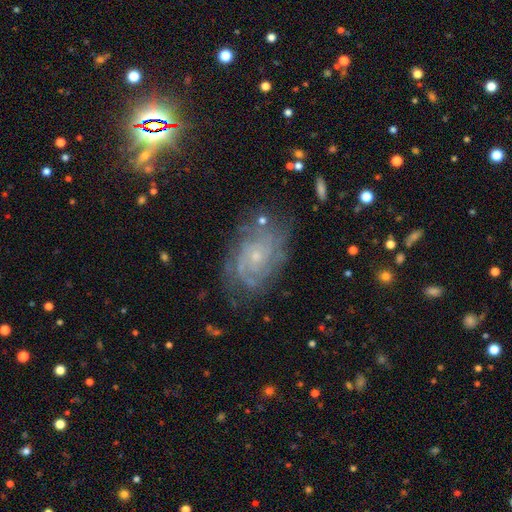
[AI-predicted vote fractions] featured or disk 77%, smooth 12%, star or artifact 11%. Down the decision tree: edge-on disk — no (96%); bar — no (77%); spiral arms — yes (92%); spiral arm count — can't tell (43%); spiral winding — tight (64%); bulge size — small (77%); merging — none (71%).